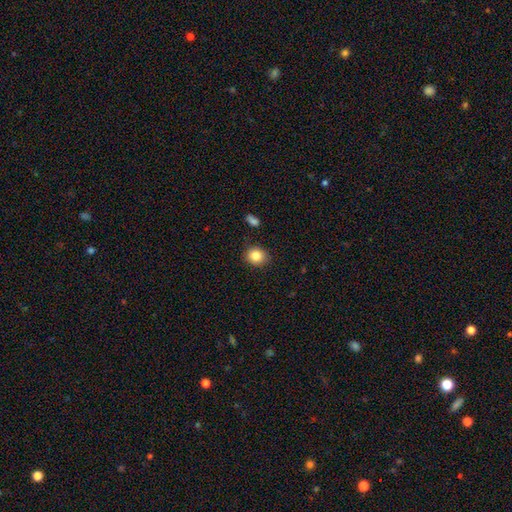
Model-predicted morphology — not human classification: Q: Smooth or featured?
A: smooth (84%); runner-up: star or artifact (10%)
Q: How rounded?
A: round (71%); runner-up: in between (28%)
Q: Merging?
A: none (87%); runner-up: minor disturbance (9%)